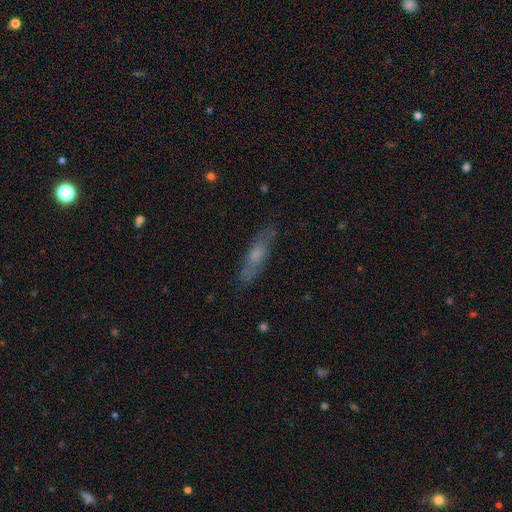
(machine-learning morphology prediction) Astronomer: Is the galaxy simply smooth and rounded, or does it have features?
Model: smooth — 49% (runner-up: featured or disk, 42%).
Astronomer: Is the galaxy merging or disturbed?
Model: none — 80%.